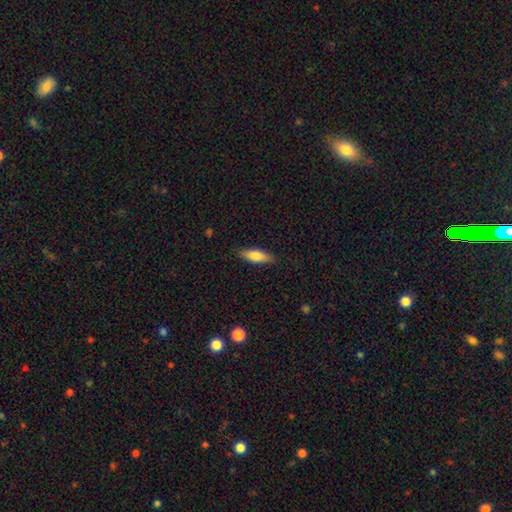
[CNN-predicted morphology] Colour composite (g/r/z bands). It shows a smooth galaxy with no disk features (76%) that is in between round and cigar-shaped (57%). Merging: none (86%).